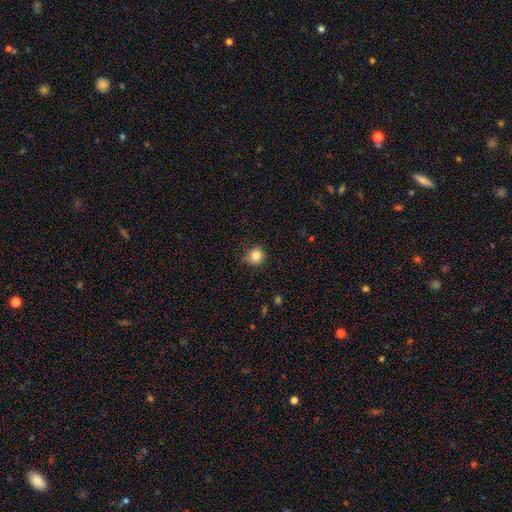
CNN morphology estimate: This is clearly a smooth galaxy (85%). How rounded: clearly round (89%). Merging: likely none (75%).